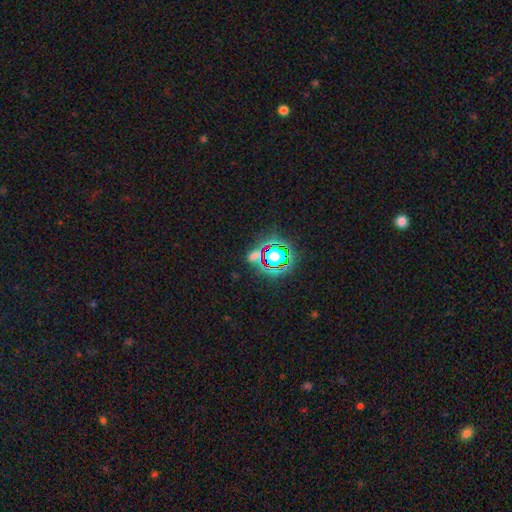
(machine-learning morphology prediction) The model was most divided on "smooth or featured": star or artifact: 58%, smooth: 32%, featured or disk: 11%.